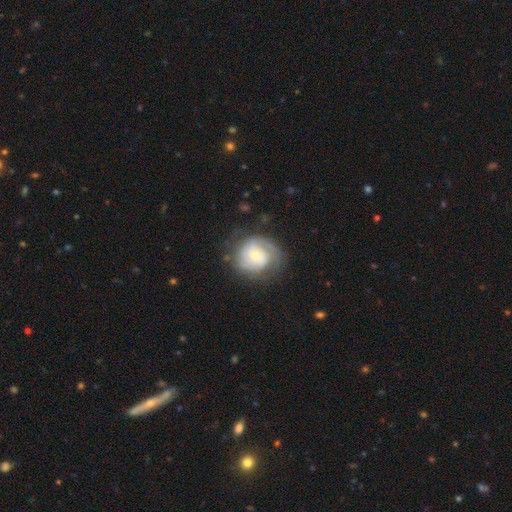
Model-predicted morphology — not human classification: Smooth or featured? featured or disk (71%)
Edge-on disk? no (98%)
Bar? no (71%)
Spiral arms? yes (87%)
Spiral winding? tight (63%)
Spiral arm count? 2 (40%)
Bulge size? moderate (50%)
Merging? none (67%)